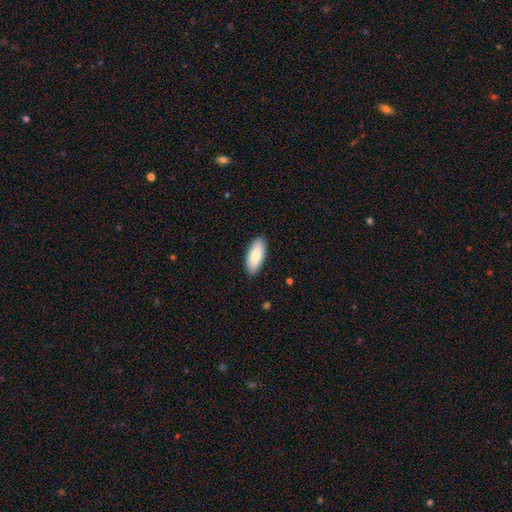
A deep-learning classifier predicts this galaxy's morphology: Q: Smooth or featured?
A: smooth (83%); runner-up: featured or disk (12%)
Q: How rounded?
A: in between (86%); runner-up: cigar-shaped (13%)
Q: Merging?
A: none (88%); runner-up: minor disturbance (10%)